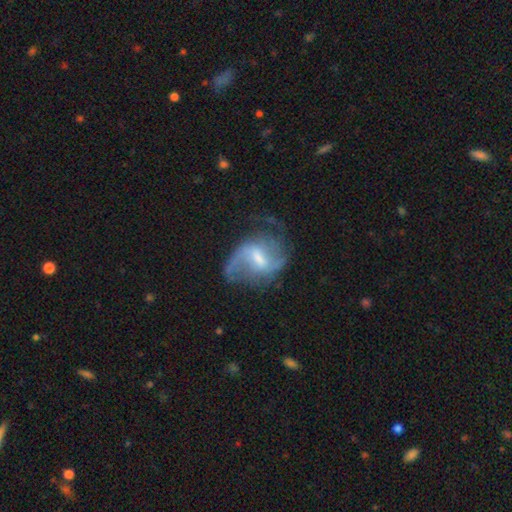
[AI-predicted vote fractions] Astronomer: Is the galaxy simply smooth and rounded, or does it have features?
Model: featured or disk — 81%.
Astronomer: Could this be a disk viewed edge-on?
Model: no — 97%.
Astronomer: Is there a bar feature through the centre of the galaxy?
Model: weak — 55%.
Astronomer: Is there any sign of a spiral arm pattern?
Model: yes — 92%.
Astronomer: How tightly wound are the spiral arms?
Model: loose — 54% (runner-up: medium, 36%).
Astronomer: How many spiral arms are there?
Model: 2 — 80%.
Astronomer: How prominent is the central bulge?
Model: moderate — 45% (runner-up: small, 35%).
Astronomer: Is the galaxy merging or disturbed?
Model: none — 59%.